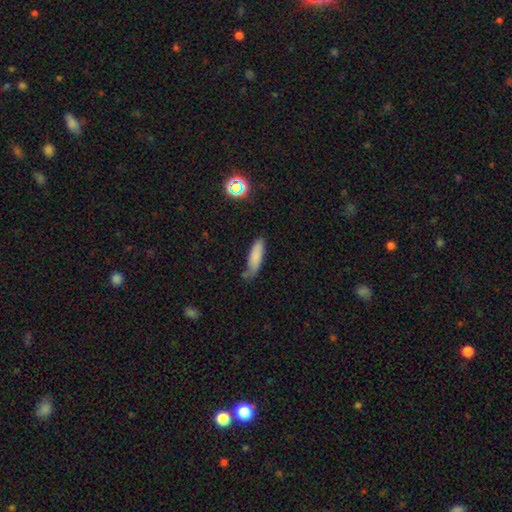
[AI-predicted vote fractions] smooth_or_featured: smooth (p=0.80) [alt: featured or disk p=0.12]
how_rounded: cigar-shaped (p=0.50) [alt: in between p=0.48]
merging: none (p=0.51) [alt: minor disturbance p=0.34]